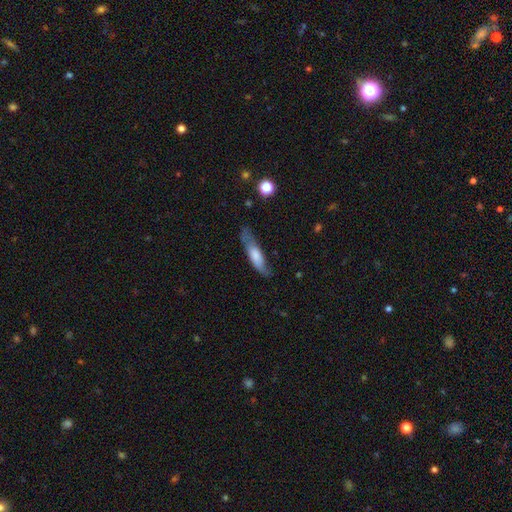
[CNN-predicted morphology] This appears to be a smooth galaxy with no disk features (58%) that is cigar-shaped (63%). Merging: none (58%).